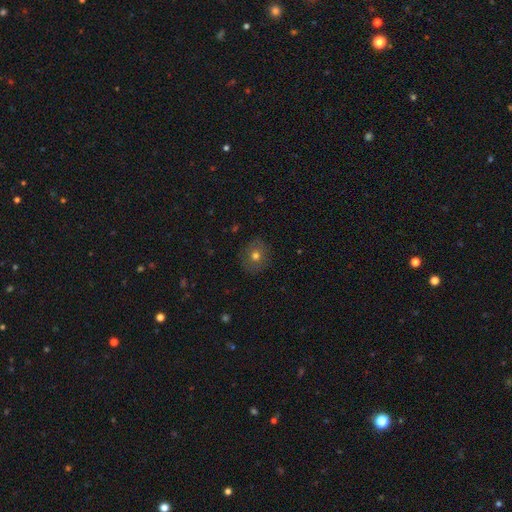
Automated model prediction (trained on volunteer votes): smooth-or-featured: smooth: 68% | featured or disk: 19% | star or artifact: 13%
  how-rounded: round: 83% | in between: 16% | cigar-shaped: 1%
  merging: none: 87% | minor disturbance: 9% | major disturbance: 3% | merger: 1%